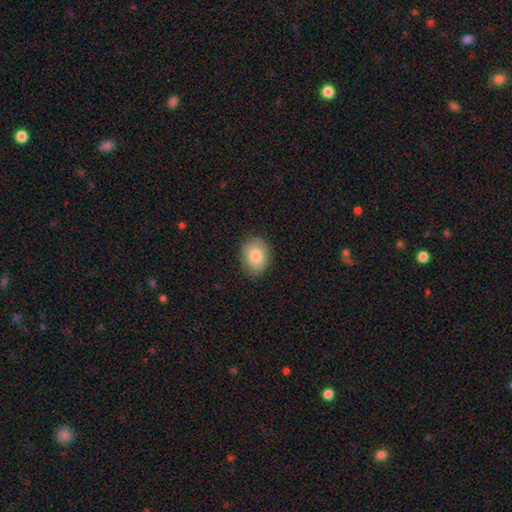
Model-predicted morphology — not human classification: Smooth or featured? Predicted: smooth (p=0.82). How rounded? Predicted: round (p=0.50). Merging? Predicted: none (p=0.86).